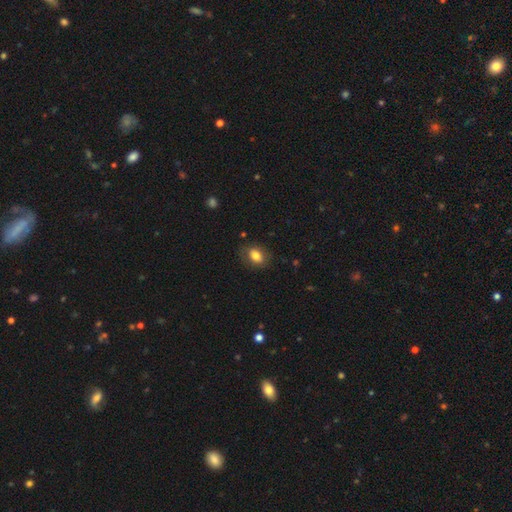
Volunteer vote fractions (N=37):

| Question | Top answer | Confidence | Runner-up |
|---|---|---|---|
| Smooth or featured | smooth | 78% | featured or disk (16%) |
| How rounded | in between | 83% | round (17%) |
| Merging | none | 89% | minor disturbance (9%) |